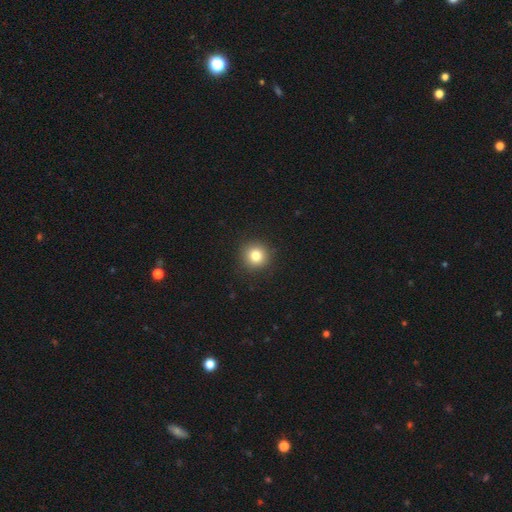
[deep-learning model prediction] Q: Smooth or featured?
A: smooth (82%); runner-up: star or artifact (11%)
Q: How rounded?
A: round (94%); runner-up: in between (5%)
Q: Merging?
A: none (92%); runner-up: minor disturbance (5%)